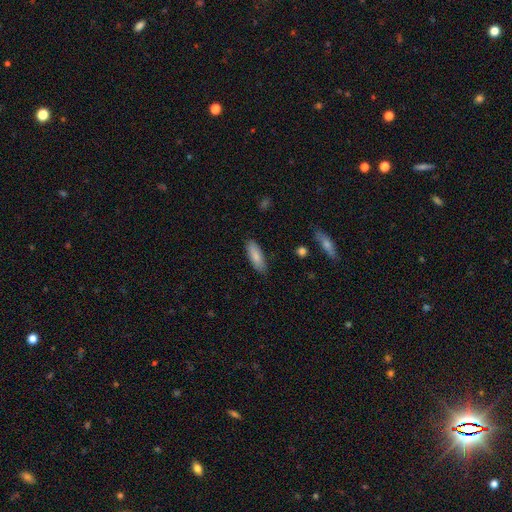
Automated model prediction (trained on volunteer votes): Smooth or featured?
  - smooth: 83% *
  - featured or disk: 11%
  - star or artifact: 6%
How rounded?
  - in between: 62% *
  - cigar-shaped: 37%
  - round: 2%
Merging?
  - none: 86% *
  - minor disturbance: 10%
  - major disturbance: 2%
  - merger: 1%